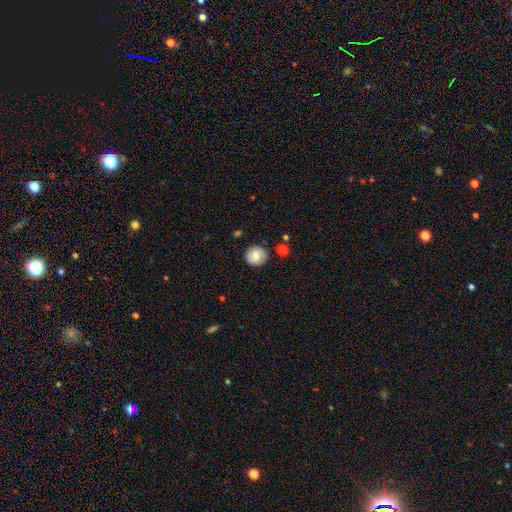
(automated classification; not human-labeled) Q: Smooth or featured?
A: smooth (68%); runner-up: featured or disk (25%)
Q: How rounded?
A: round (91%); runner-up: in between (8%)
Q: Merging?
A: none (86%); runner-up: minor disturbance (9%)